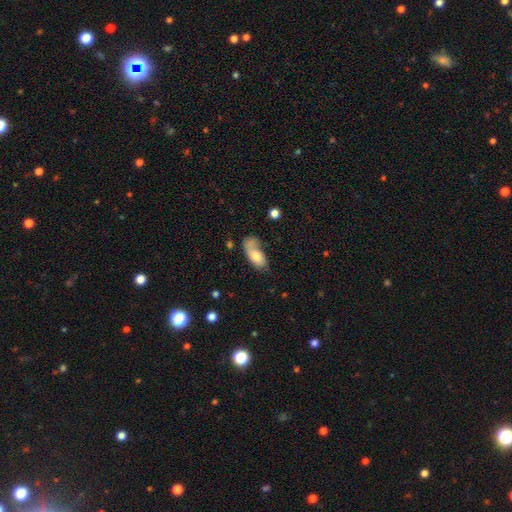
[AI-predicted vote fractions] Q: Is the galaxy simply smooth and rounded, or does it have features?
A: smooth — 68%.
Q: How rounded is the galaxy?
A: in between — 88%.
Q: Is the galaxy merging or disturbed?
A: none — 34%.